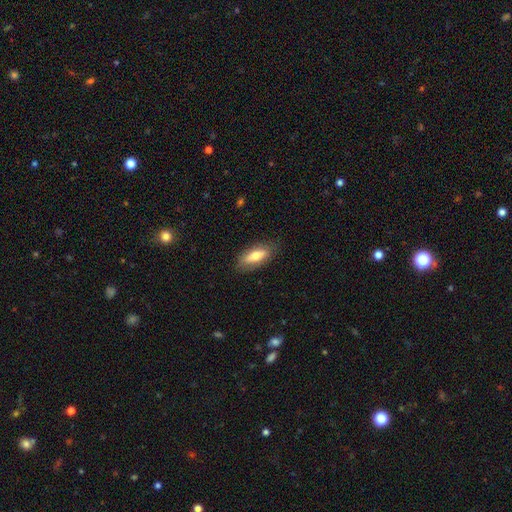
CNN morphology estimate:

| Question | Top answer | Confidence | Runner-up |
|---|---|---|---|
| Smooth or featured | smooth | 70% | featured or disk (23%) |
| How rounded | in between | 73% | cigar-shaped (25%) |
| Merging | none | 82% | minor disturbance (13%) |